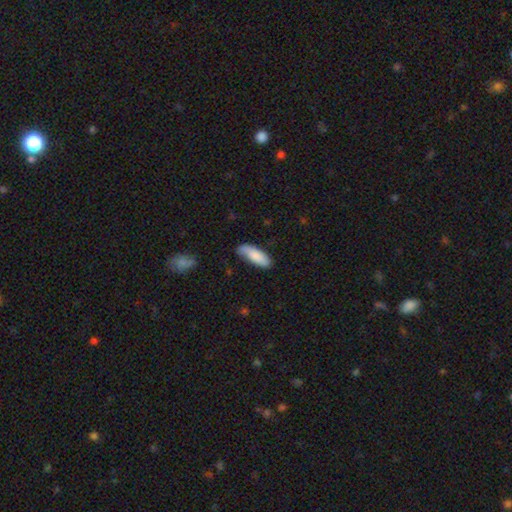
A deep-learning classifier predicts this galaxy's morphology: Smooth or featured? smooth (82%)
How rounded? in between (66%)
Merging? none (68%)